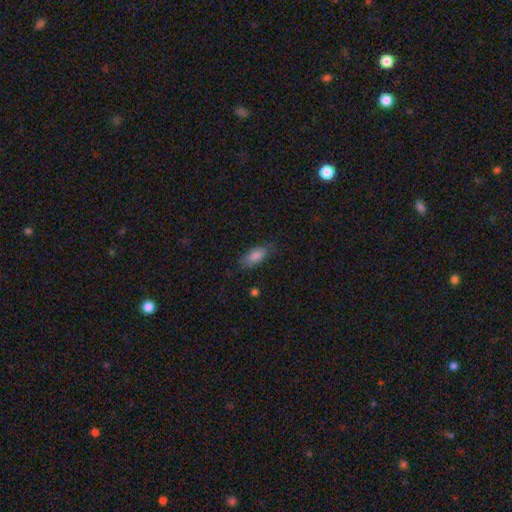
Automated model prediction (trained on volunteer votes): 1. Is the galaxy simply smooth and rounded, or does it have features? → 82% smooth, 10% featured or disk, 8% star or artifact.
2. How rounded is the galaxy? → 80% in between, 18% cigar-shaped, 3% round.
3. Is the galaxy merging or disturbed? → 74% none, 20% minor disturbance, 5% major disturbance, 1% merger.